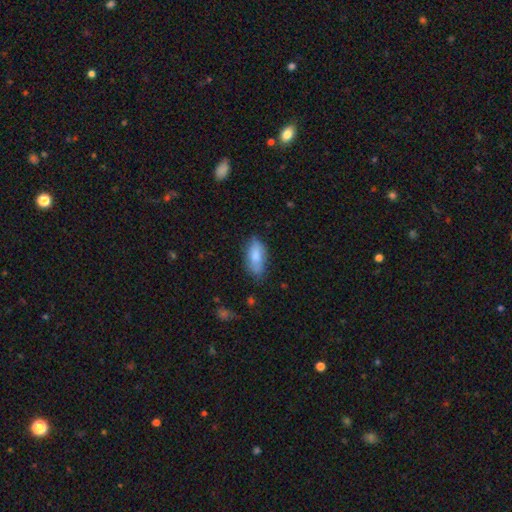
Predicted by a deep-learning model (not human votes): smooth 80%, featured or disk 13%, star or artifact 6%. Down the decision tree: how rounded — in between (84%); merging — none (71%).